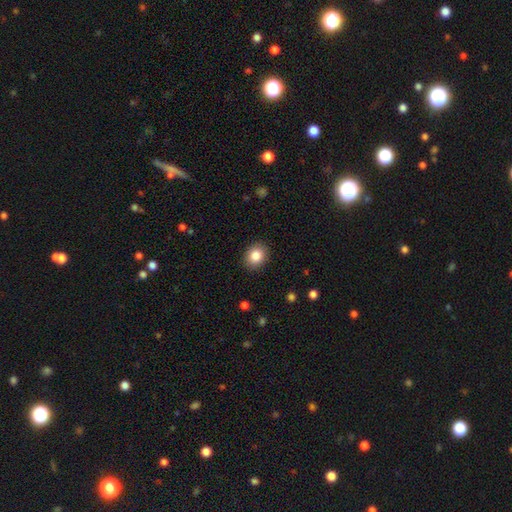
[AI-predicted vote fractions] This appears to be a smooth galaxy with no disk features (85%) that is round (58%). Merging: none (88%).